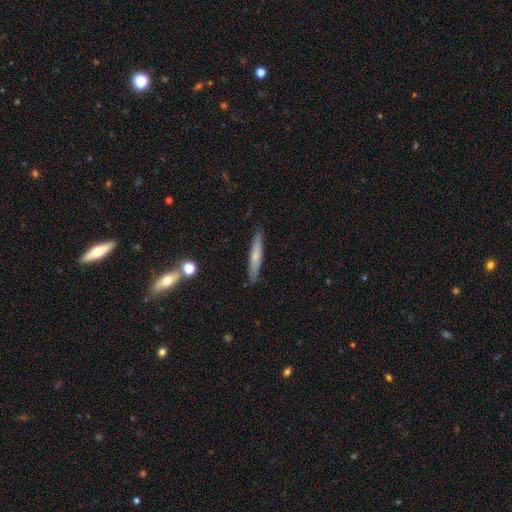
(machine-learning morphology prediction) Q: Smooth or featured?
A: smooth (63%); runner-up: featured or disk (31%)
Q: How rounded?
A: cigar-shaped (93%); runner-up: in between (6%)
Q: Merging?
A: none (87%); runner-up: minor disturbance (9%)